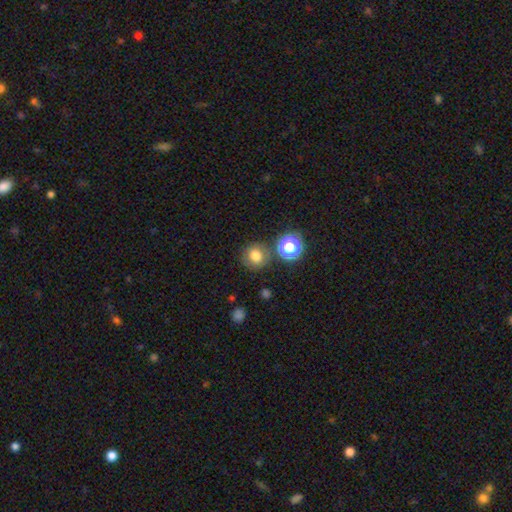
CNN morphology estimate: A smooth galaxy with no disk features (75%) that is round (86%).

Vote fractions:
- Smooth or featured? smooth: 75% / star or artifact: 15% / featured or disk: 9%
- How rounded? round: 86% / in between: 13% / cigar-shaped: 1%
- Merging? none: 79% / minor disturbance: 11% / merger: 6% / major disturbance: 4%